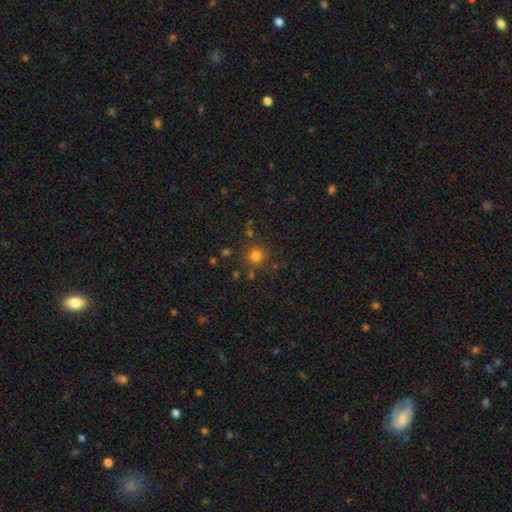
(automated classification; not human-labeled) smooth 78%, star or artifact 16%, featured or disk 6%. Down the decision tree: how rounded — round (91%); merging — none (80%).